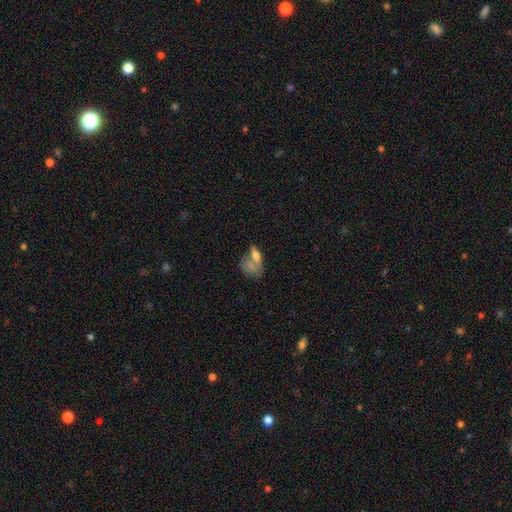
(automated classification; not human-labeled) Smooth or featured? smooth (65%)
How rounded? in between (72%)
Merging? merger (37%)